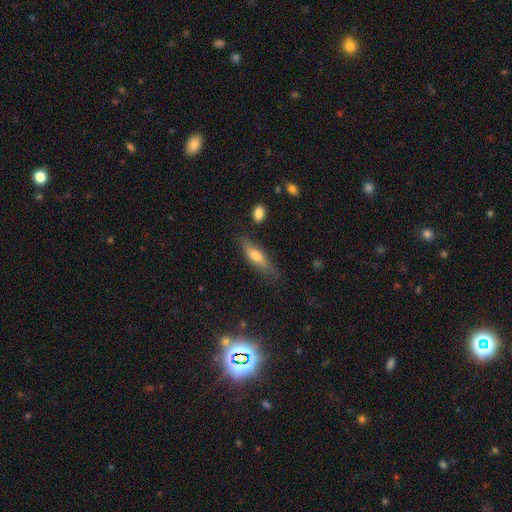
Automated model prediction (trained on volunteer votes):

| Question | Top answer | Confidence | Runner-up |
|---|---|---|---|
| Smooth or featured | smooth | 60% | featured or disk (33%) |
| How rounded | cigar-shaped | 63% | in between (35%) |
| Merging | none | 73% | minor disturbance (19%) |